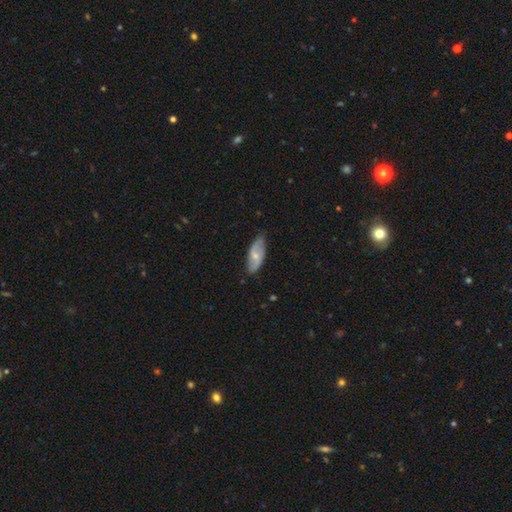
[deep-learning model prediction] Morphology: type=featured or disk (54%); edge-on=no (89%); merging=none (73%).